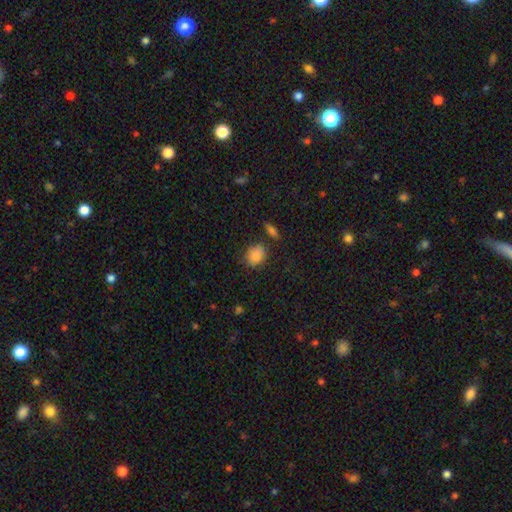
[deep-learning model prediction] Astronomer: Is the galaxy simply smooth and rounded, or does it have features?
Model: smooth — 85%.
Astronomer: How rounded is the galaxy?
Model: in between — 53% (runner-up: round, 46%).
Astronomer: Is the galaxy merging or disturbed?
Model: none — 65%.